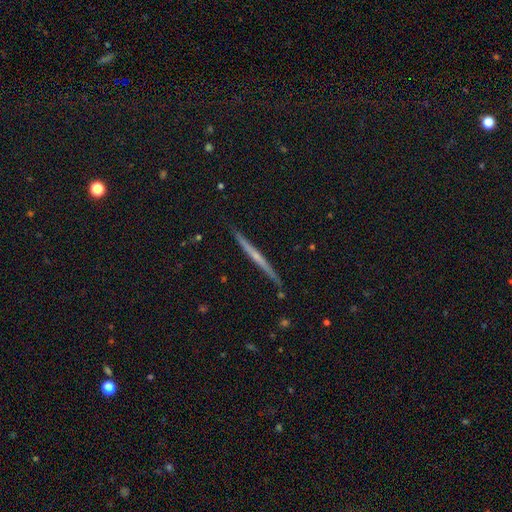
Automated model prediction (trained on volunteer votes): Morphology: type=featured or disk (67%); edge-on=yes (98%); edge-on bulge=none (61%); merging=none (89%).